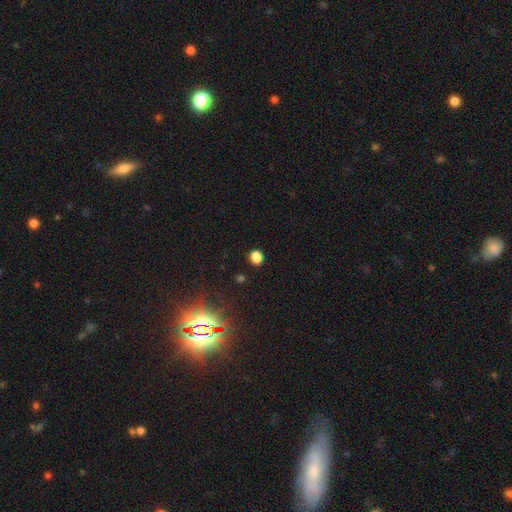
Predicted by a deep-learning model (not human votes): A smooth galaxy with no disk features (74%) that is round (57%). Merging: none (83%).